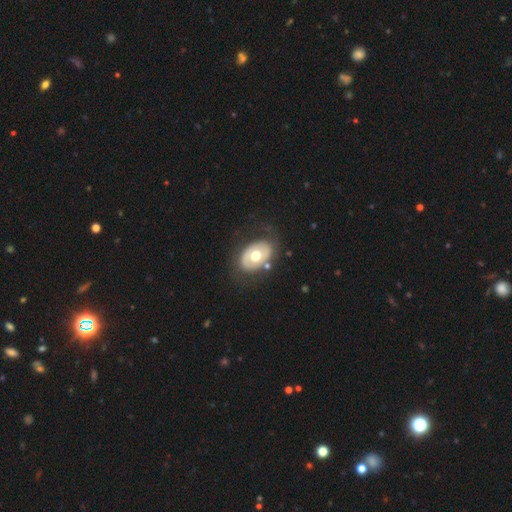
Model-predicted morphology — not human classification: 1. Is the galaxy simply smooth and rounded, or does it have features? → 49% featured or disk, 45% smooth, 6% star or artifact.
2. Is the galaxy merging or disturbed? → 73% none, 16% minor disturbance, 8% major disturbance, 3% merger.